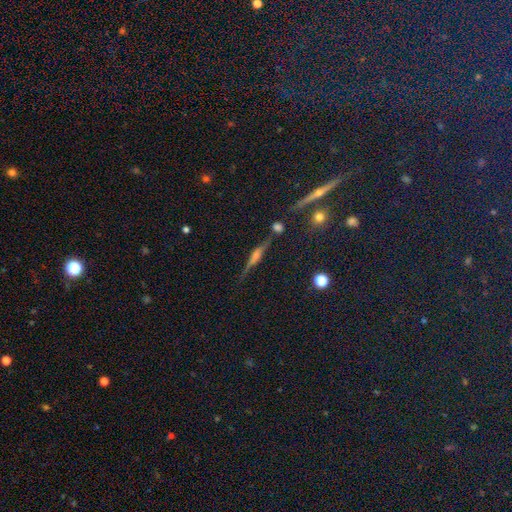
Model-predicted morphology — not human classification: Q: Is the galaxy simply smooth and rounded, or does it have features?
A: featured or disk — 75%.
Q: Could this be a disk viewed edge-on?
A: yes — 96%.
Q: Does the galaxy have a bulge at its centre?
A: rounded — 78%.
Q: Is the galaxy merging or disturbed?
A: none — 81%.